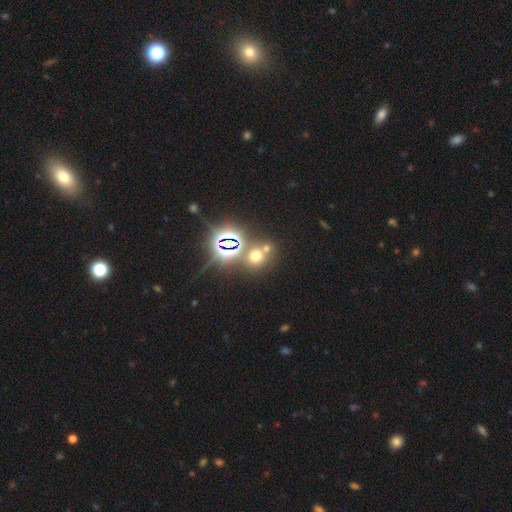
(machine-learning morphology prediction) A smooth galaxy with no disk features (49%).

Vote fractions:
- Smooth or featured? smooth: 49% / star or artifact: 41% / featured or disk: 11%
- Merging? none: 60% / merger: 27% / minor disturbance: 8% / major disturbance: 5%